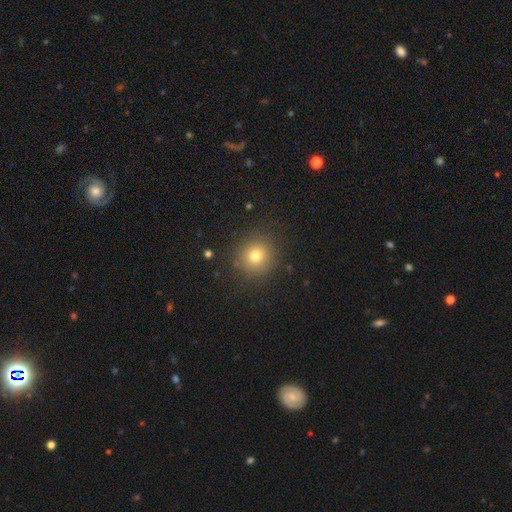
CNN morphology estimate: A smooth galaxy with no disk features (76%) that is round (92%). Merging: none (88%).